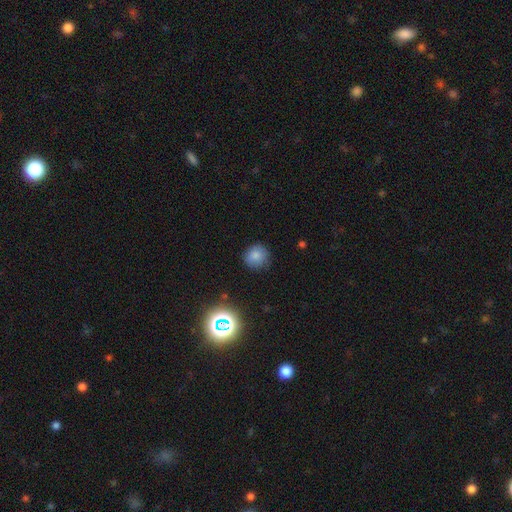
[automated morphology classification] Overall: smooth (81%). How rounded: round (89%). Merging: none (84%).